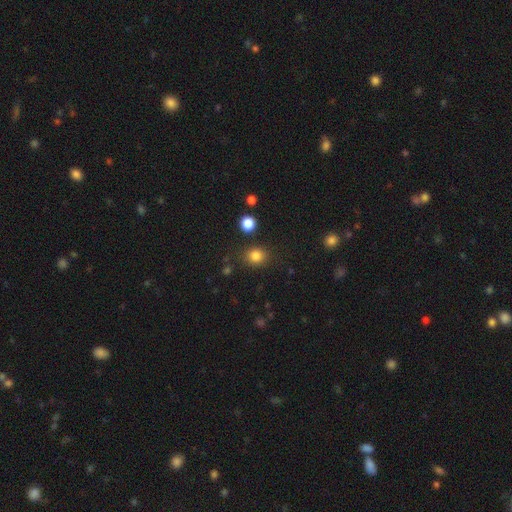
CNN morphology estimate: Smooth or featured? Predicted: smooth (p=0.83). How rounded? Predicted: round (p=0.76). Merging? Predicted: none (p=0.83).